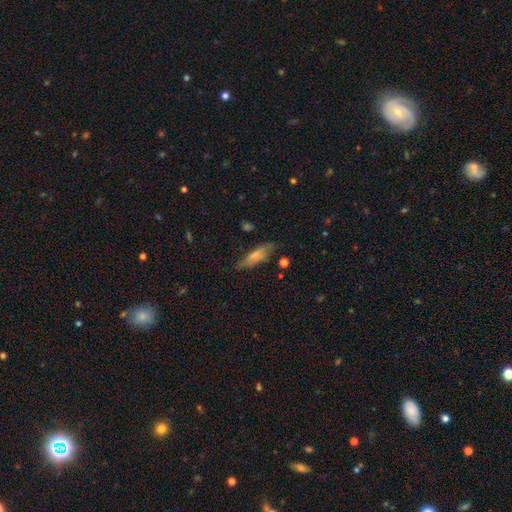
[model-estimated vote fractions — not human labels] Smooth or featured? smooth (72%)
How rounded? cigar-shaped (51%)
Merging? none (67%)